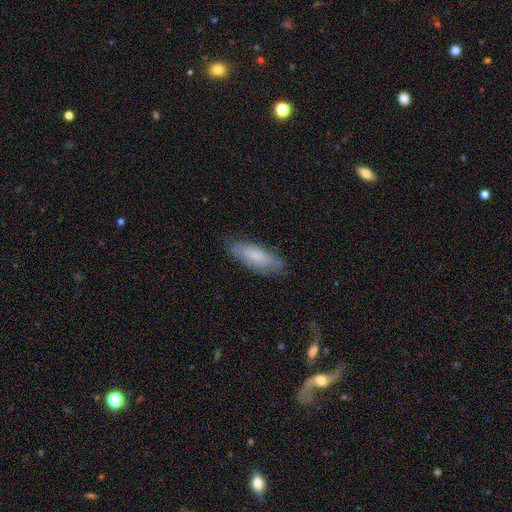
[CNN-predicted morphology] Smooth or featured? smooth (68%)
How rounded? in between (68%)
Merging? none (77%)